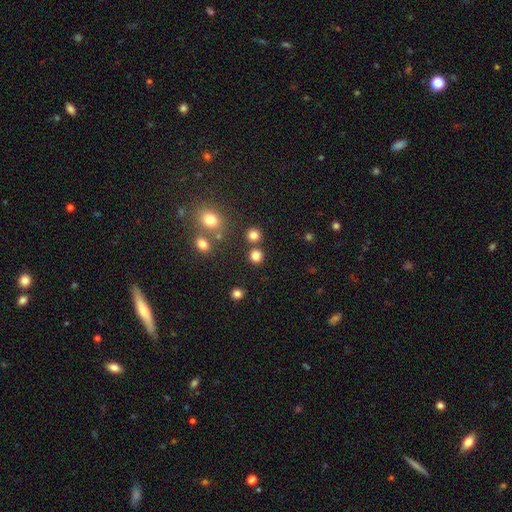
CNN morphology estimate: smooth-or-featured: smooth: 79% | star or artifact: 16% | featured or disk: 5%
  how-rounded: round: 89% | in between: 10% | cigar-shaped: 1%
  merging: none: 78% | merger: 12% | minor disturbance: 7% | major disturbance: 3%